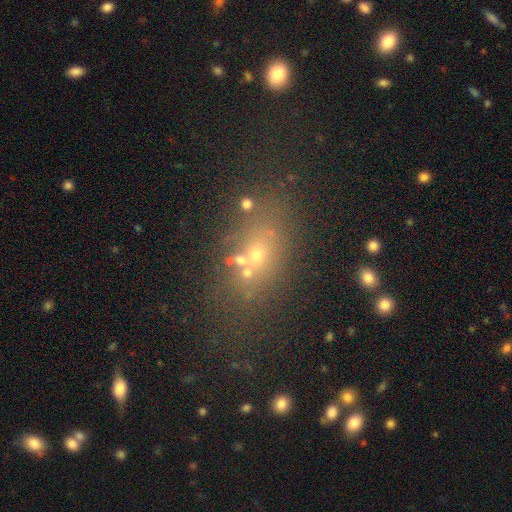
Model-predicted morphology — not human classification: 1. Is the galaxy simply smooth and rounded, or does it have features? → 49% smooth, 28% star or artifact, 23% featured or disk.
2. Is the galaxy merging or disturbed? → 60% none, 17% merger, 14% minor disturbance, 9% major disturbance.